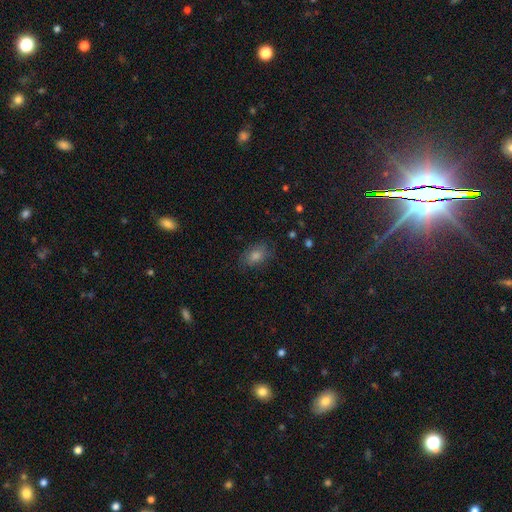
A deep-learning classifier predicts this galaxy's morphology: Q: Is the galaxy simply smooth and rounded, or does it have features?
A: smooth — 62%.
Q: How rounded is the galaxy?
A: in between — 78%.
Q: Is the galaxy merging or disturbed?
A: none — 80%.